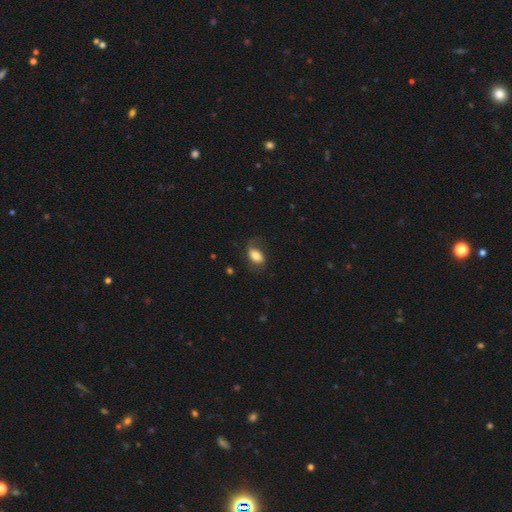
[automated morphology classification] Smooth or featured: smooth — 69% (featured or disk — 23%)
How rounded: in between — 89% (round — 9%)
Merging: none — 56% (minor disturbance — 25%)